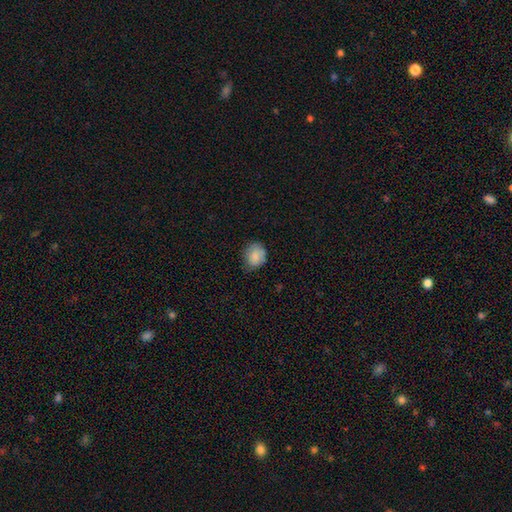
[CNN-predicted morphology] smooth-or-featured: smooth: 83% | featured or disk: 9% | star or artifact: 8%
  how-rounded: round: 57% | in between: 42% | cigar-shaped: 1%
  merging: none: 68% | minor disturbance: 26% | major disturbance: 5% | merger: 1%